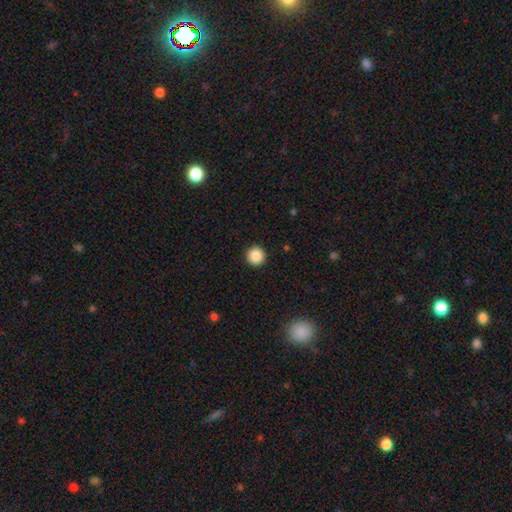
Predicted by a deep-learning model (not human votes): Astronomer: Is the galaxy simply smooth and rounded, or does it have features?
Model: smooth — 88%.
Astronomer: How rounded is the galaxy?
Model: round — 95%.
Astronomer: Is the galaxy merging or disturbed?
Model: none — 93%.